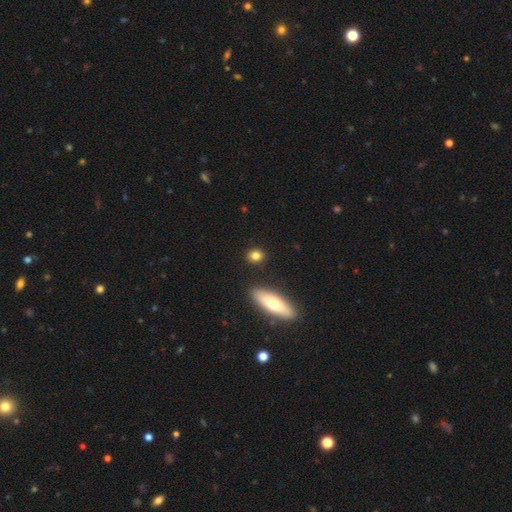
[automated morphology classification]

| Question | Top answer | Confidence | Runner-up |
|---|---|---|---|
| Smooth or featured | smooth | 83% | star or artifact (9%) |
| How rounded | round | 54% | in between (40%) |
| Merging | none | 86% | minor disturbance (8%) |